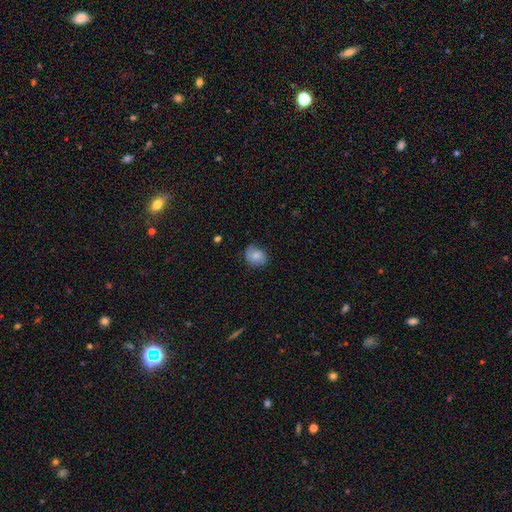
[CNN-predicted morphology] This appears to be a smooth galaxy with no disk features (76%) that is round (55%). Merging: none (68%).